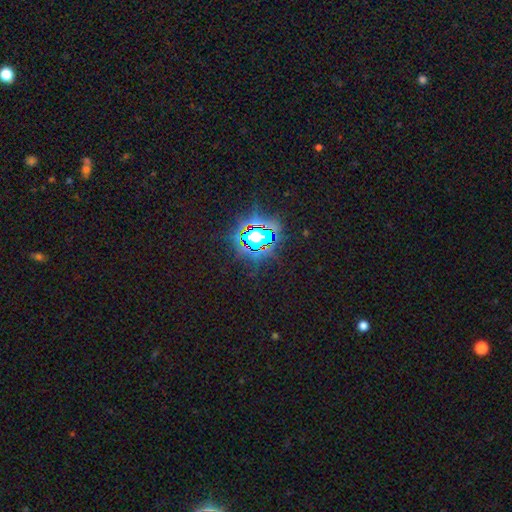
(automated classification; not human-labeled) This appears to be a star or artifact, not a galaxy (79%).